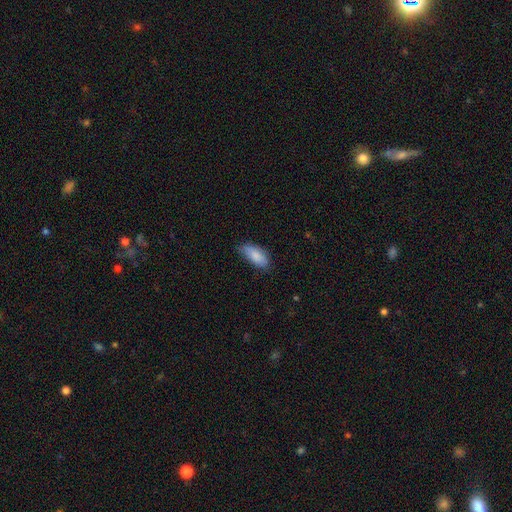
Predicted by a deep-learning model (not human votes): This is clearly a smooth galaxy (87%). How rounded: clearly in between (84%). Merging: likely none (68%).